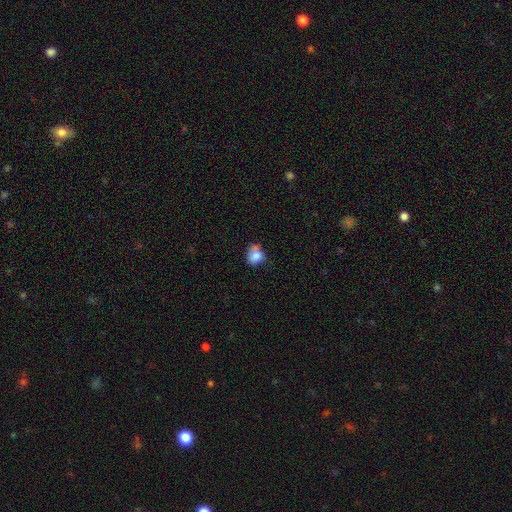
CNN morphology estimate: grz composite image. It shows a smooth galaxy with no disk features (79%) that is round (56%). Merging: none (44%).